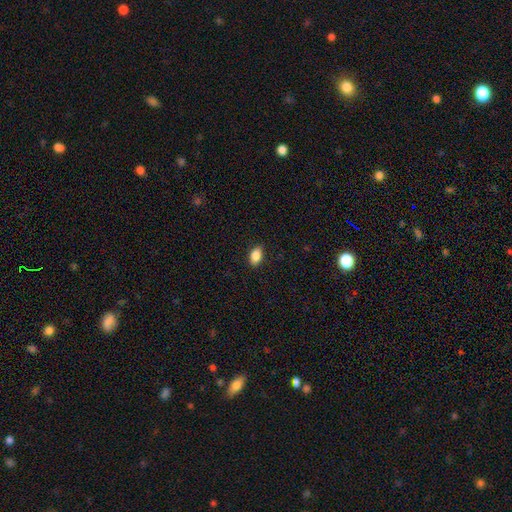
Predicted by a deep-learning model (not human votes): This appears to be a smooth galaxy with no disk features (87%) that is in between round and cigar-shaped (90%). Merging: none (88%).